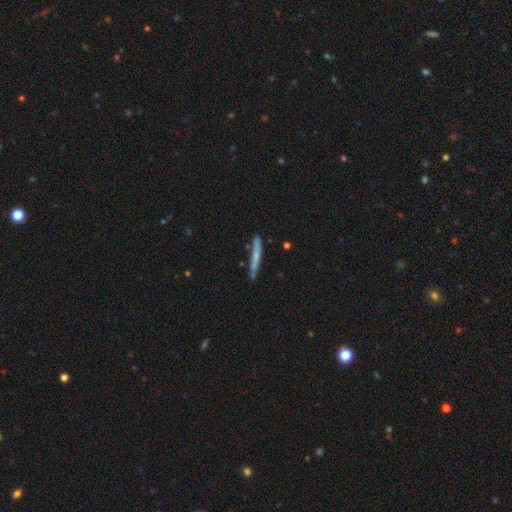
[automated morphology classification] smooth 51%, featured or disk 43%, star or artifact 6%. Down the decision tree: how rounded — cigar-shaped (96%); merging — none (78%).